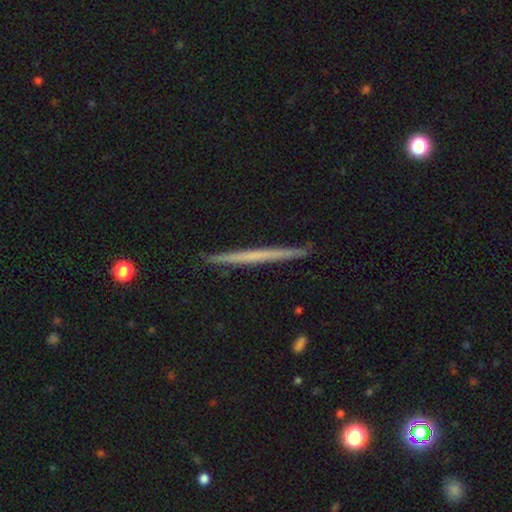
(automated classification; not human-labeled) featured or disk 54%, smooth 41%, star or artifact 5%. Down the decision tree: edge-on disk — yes (98%); edge-on bulge — none (92%); merging — none (92%).